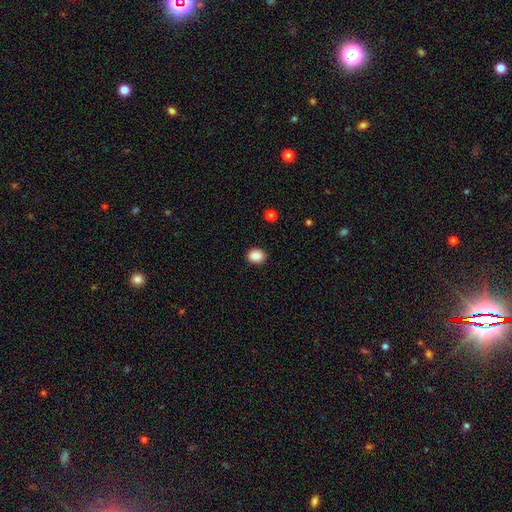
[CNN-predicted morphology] This is clearly a smooth galaxy (88%). How rounded: possibly in between (51%). Merging: clearly none (90%).